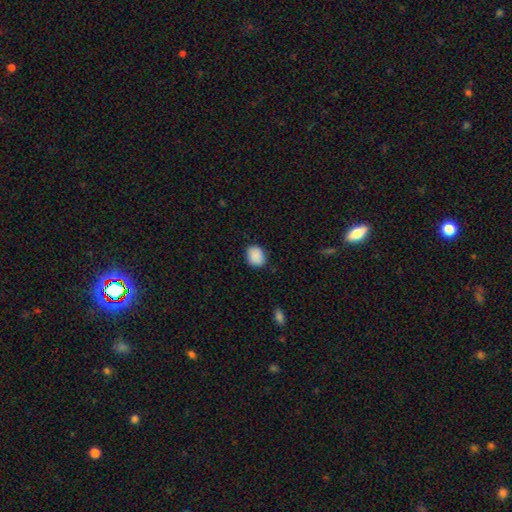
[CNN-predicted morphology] This is clearly a smooth galaxy (89%). How rounded: possibly round (51%). Merging: clearly none (83%).